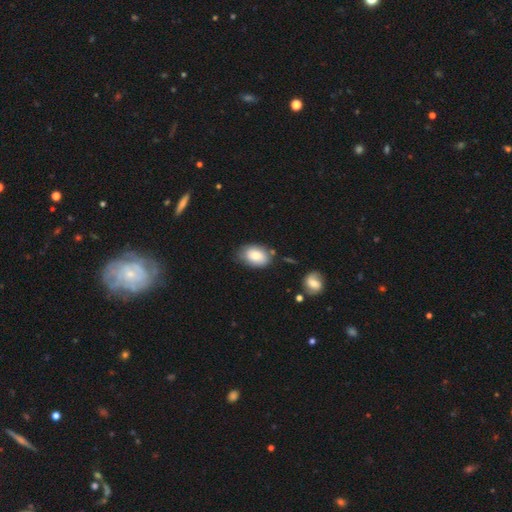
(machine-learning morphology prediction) Smooth or featured: smooth — 81% (featured or disk — 12%)
How rounded: in between — 85% (round — 13%)
Merging: none — 68% (minor disturbance — 22%)